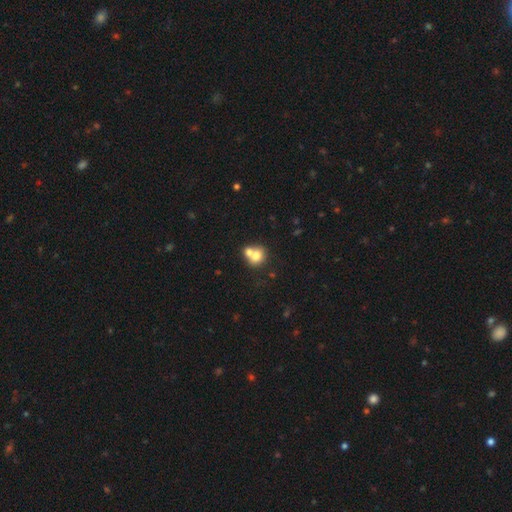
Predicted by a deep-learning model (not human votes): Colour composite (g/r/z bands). It shows a smooth galaxy with no disk features (71%) that is round (69%). Merging: merger (61%).